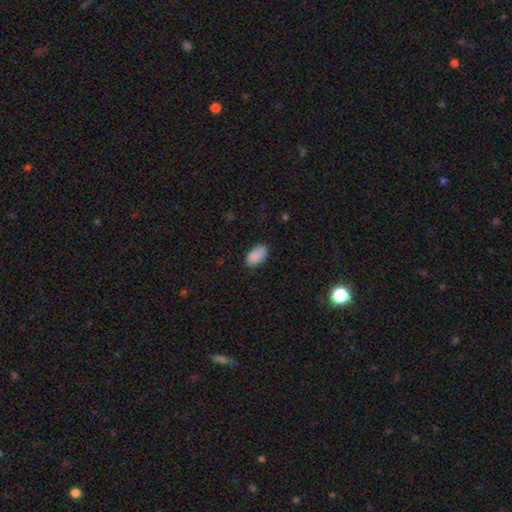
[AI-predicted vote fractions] Morphology: type=smooth (89%); roundness=in between (94%); merging=none (81%).